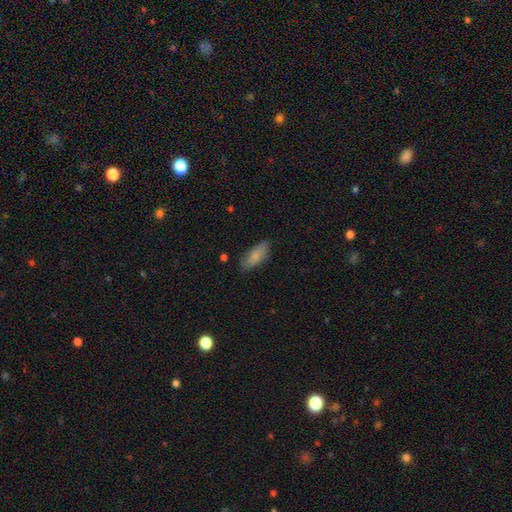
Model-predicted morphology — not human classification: Q: Smooth or featured?
A: smooth (83%); runner-up: featured or disk (11%)
Q: How rounded?
A: in between (75%); runner-up: cigar-shaped (23%)
Q: Merging?
A: none (78%); runner-up: minor disturbance (17%)